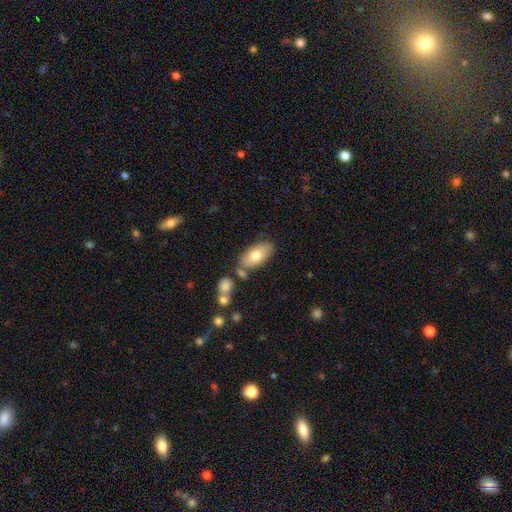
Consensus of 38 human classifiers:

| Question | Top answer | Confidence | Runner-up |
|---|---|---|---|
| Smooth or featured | smooth | 74% | featured or disk (24%) |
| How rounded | in between | 96% | cigar-shaped (4%) |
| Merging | none | 62% | merger (24%) |